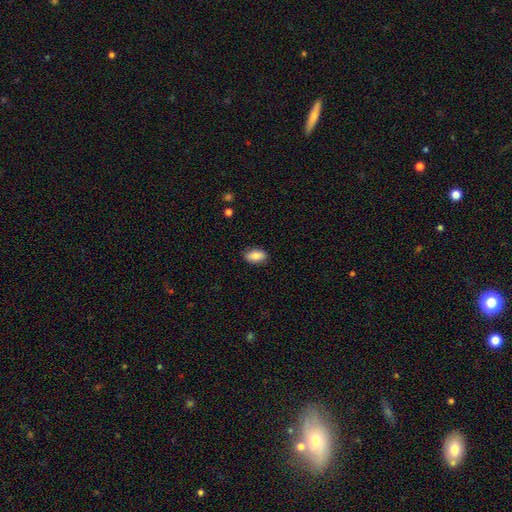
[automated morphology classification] Smooth or featured?
  - smooth: 85% *
  - featured or disk: 8%
  - star or artifact: 7%
How rounded?
  - in between: 92% *
  - round: 5%
  - cigar-shaped: 3%
Merging?
  - none: 87% *
  - minor disturbance: 9%
  - major disturbance: 2%
  - merger: 1%